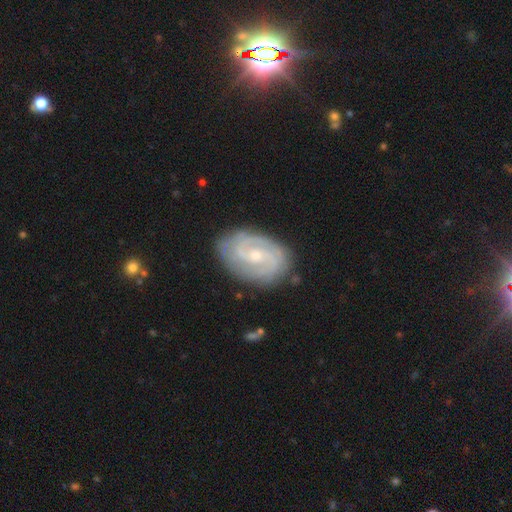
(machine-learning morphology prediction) Smooth or featured? Predicted: featured or disk (p=0.84). Edge-on disk? Predicted: no (p=0.97). Bar? Predicted: weak (p=0.46). Spiral arms? Predicted: yes (p=0.96). Spiral winding? Predicted: tight (p=0.54). Spiral arm count? Predicted: 2 (p=0.62). Bulge size? Predicted: small (p=0.64). Merging? Predicted: none (p=0.81).